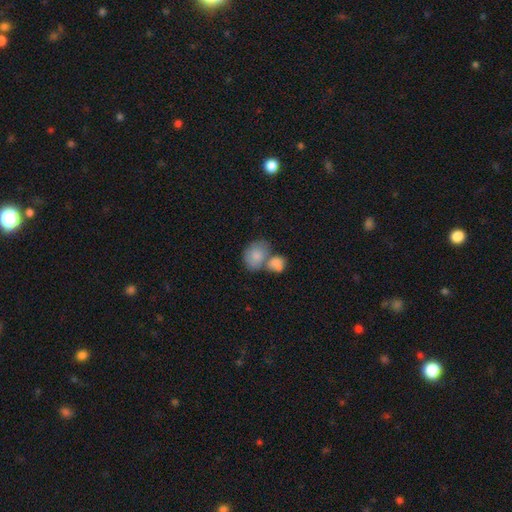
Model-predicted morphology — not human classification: smooth-or-featured: smooth: 77% | featured or disk: 16% | star or artifact: 7%
  how-rounded: in between: 62% | round: 37% | cigar-shaped: 1%
  merging: merger: 55% | none: 27% | minor disturbance: 12% | major disturbance: 6%